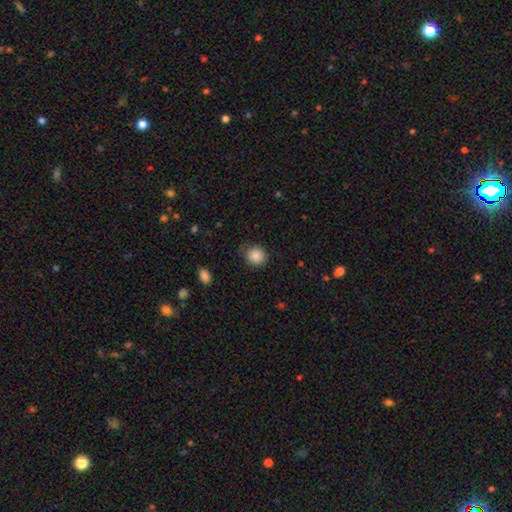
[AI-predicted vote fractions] smooth_or_featured: smooth (p=0.86) [alt: star or artifact p=0.09]
how_rounded: round (p=0.79) [alt: in between p=0.20]
merging: none (p=0.75) [alt: minor disturbance p=0.19]